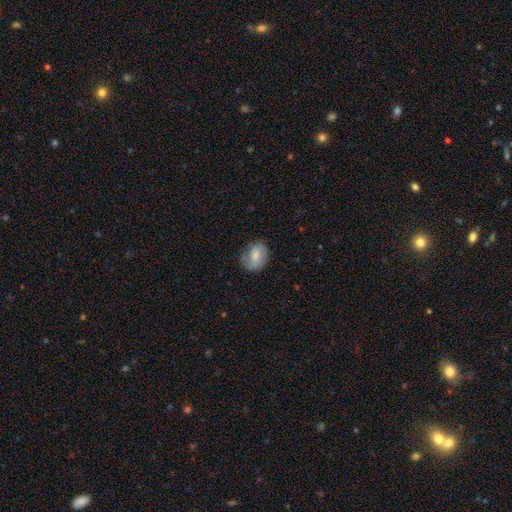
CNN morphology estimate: smooth_or_featured: smooth (p=0.69) [alt: featured or disk p=0.24]
how_rounded: in between (p=0.59) [alt: round p=0.40]
merging: none (p=0.65) [alt: minor disturbance p=0.25]